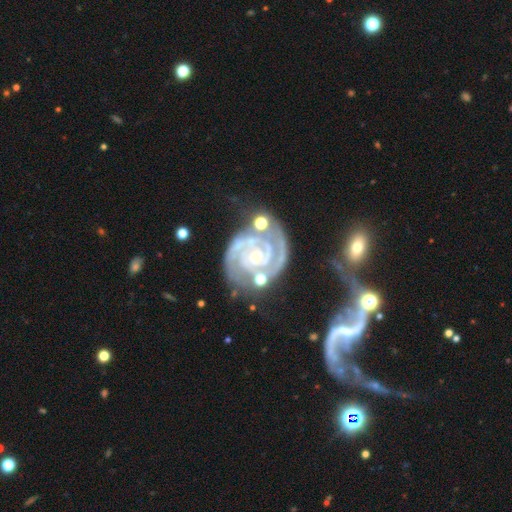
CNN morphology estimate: Smooth or featured?
  - featured or disk: 92% *
  - star or artifact: 5%
  - smooth: 3%
Edge-on disk?
  - no: 98% *
  - yes: 2%
Bar?
  - no: 69% *
  - weak: 20%
  - strong: 11%
Spiral arms?
  - yes: 98% *
  - no: 2%
Spiral winding?
  - tight: 75% *
  - medium: 21%
  - loose: 4%
Spiral arm count?
  - 2: 68% *
  - 3: 14%
  - can't tell: 7%
  - 4: 4%
  - 1: 3%
  - more than 4: 3%
Bulge size?
  - small: 81% *
  - moderate: 14%
  - none: 2%
  - large: 1%
  - dominant: 1%
Merging?
  - none: 56% *
  - minor disturbance: 20%
  - merger: 14%
  - major disturbance: 11%